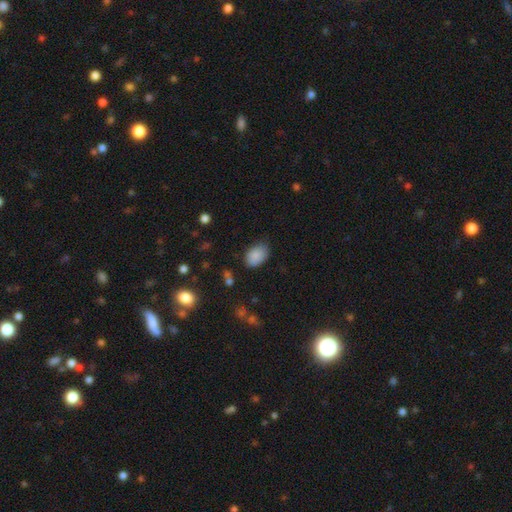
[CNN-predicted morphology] This appears to be a smooth galaxy with no disk features (87%) that is in between round and cigar-shaped (87%). Merging: none (74%).